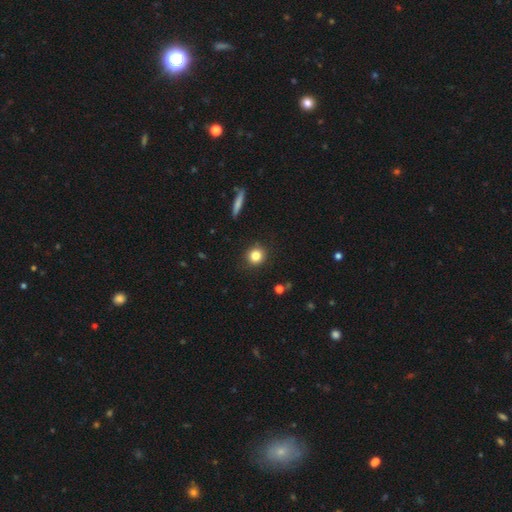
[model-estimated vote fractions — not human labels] Smooth or featured? smooth (83%)
How rounded? round (91%)
Merging? none (91%)